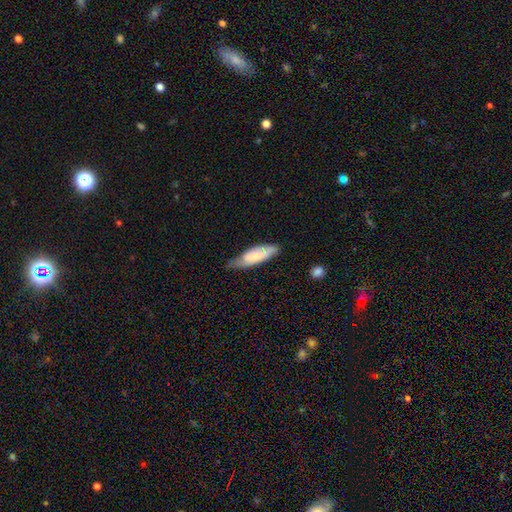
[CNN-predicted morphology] Smooth or featured: smooth — 71% (featured or disk — 23%)
How rounded: in between — 53% (cigar-shaped — 46%)
Merging: none — 55% (minor disturbance — 35%)